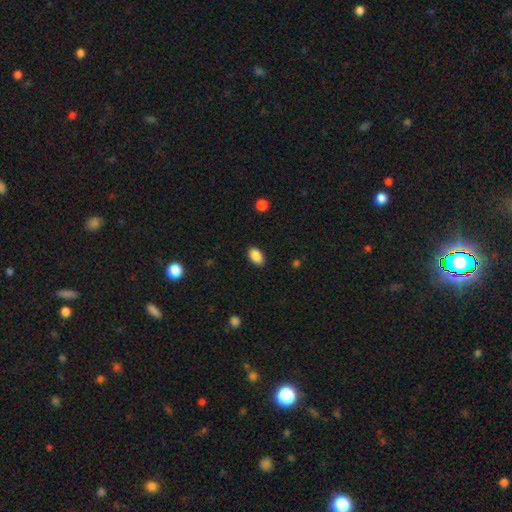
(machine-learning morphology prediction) smooth_or_featured: smooth (p=0.88) [alt: star or artifact p=0.08]
how_rounded: in between (p=0.91) [alt: round p=0.07]
merging: none (p=0.86) [alt: minor disturbance p=0.10]